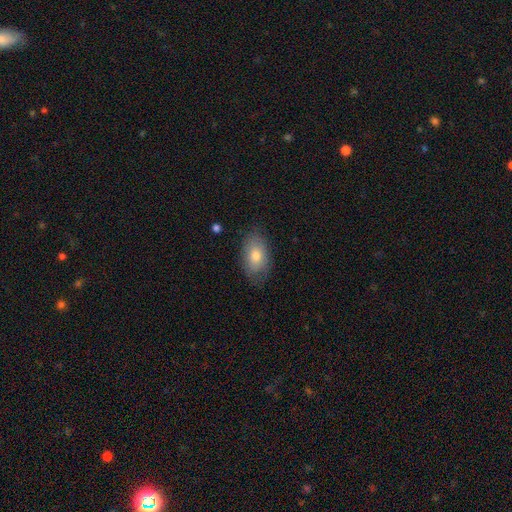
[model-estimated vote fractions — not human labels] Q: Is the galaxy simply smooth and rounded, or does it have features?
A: smooth — 76%.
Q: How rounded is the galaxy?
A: in between — 90%.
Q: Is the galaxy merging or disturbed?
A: none — 77%.